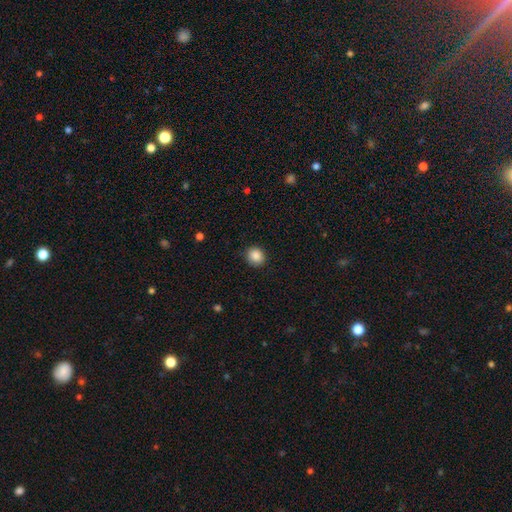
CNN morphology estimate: Smooth or featured? smooth (87%)
How rounded? round (86%)
Merging? none (90%)